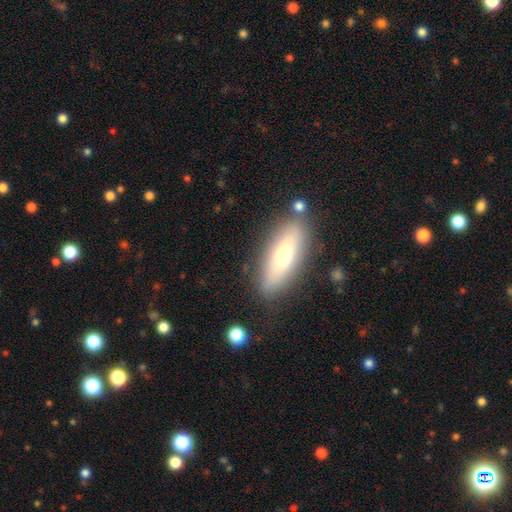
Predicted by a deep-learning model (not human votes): Smooth or featured? smooth (55%)
How rounded? in between (68%)
Merging? none (81%)